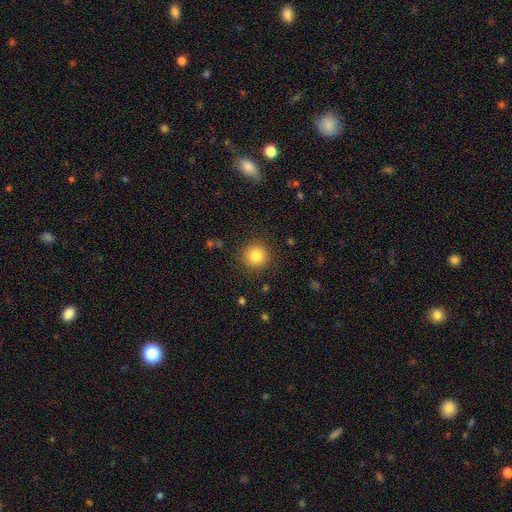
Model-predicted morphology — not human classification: smooth-or-featured: smooth: 83% | star or artifact: 10% | featured or disk: 6%
  how-rounded: round: 95% | in between: 5% | cigar-shaped: 1%
  merging: none: 89% | minor disturbance: 7% | major disturbance: 3% | merger: 1%